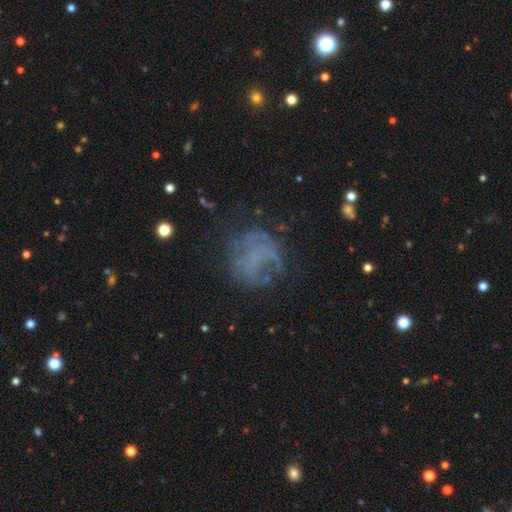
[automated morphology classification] Smooth or featured? featured or disk (45%)
Merging? none (56%)